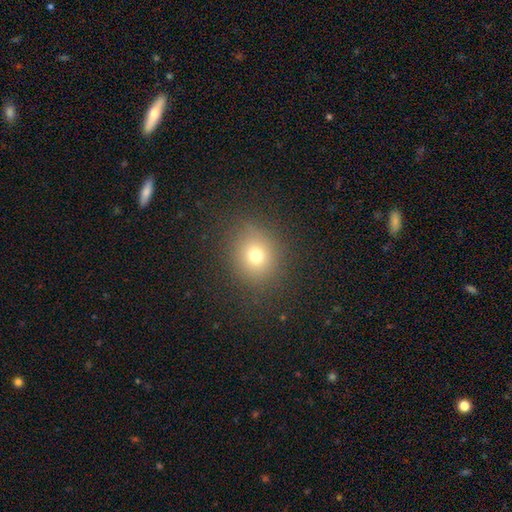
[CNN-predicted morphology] The model was most divided on "smooth or featured": smooth: 72%, star or artifact: 18%, featured or disk: 10%. More confident: merging — none (86%); how rounded — round (79%).